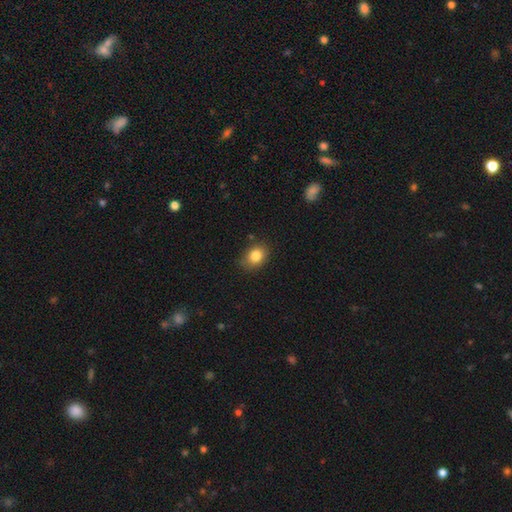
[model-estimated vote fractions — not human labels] Smooth or featured? Predicted: smooth (p=0.84). How rounded? Predicted: in between (p=0.63). Merging? Predicted: none (p=0.79).